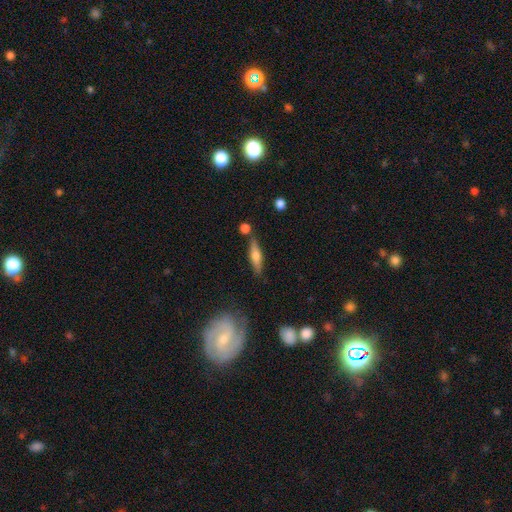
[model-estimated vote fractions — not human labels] A smooth galaxy with no disk features (51%) that is cigar-shaped (68%).

Vote fractions:
- Smooth or featured? smooth: 51% / featured or disk: 42% / star or artifact: 7%
- How rounded? cigar-shaped: 68% / in between: 29% / round: 3%
- Merging? none: 77% / minor disturbance: 12% / merger: 8% / major disturbance: 3%